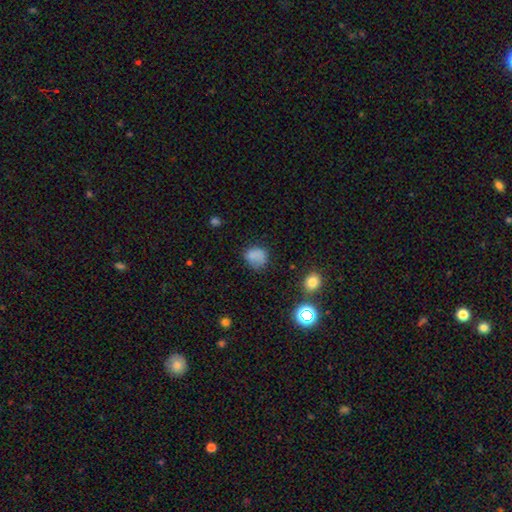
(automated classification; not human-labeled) Morphology: type=smooth (77%); roundness=round (69%); merging=none (59%).